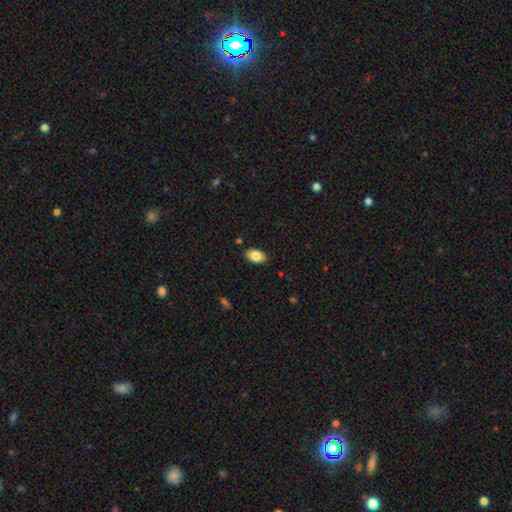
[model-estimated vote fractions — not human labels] A smooth galaxy with no disk features (85%) that is in between round and cigar-shaped (93%).

Vote fractions:
- Smooth or featured? smooth: 85% / featured or disk: 8% / star or artifact: 7%
- How rounded? in between: 93% / round: 5% / cigar-shaped: 2%
- Merging? none: 87% / minor disturbance: 10% / major disturbance: 2% / merger: 1%